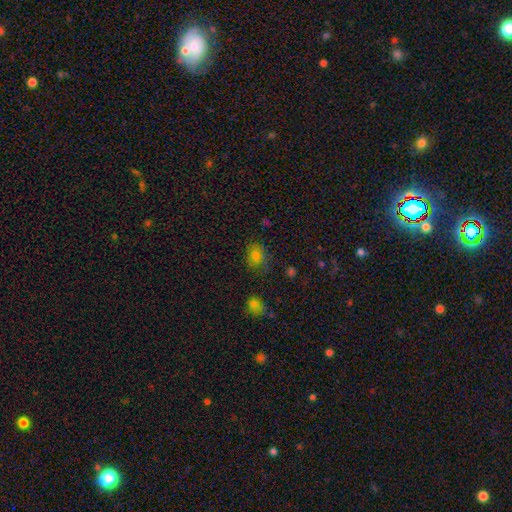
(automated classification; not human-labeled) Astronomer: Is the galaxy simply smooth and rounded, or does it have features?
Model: smooth — 73%.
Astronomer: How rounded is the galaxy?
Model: in between — 52% (runner-up: round, 47%).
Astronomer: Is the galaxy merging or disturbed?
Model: none — 68%.